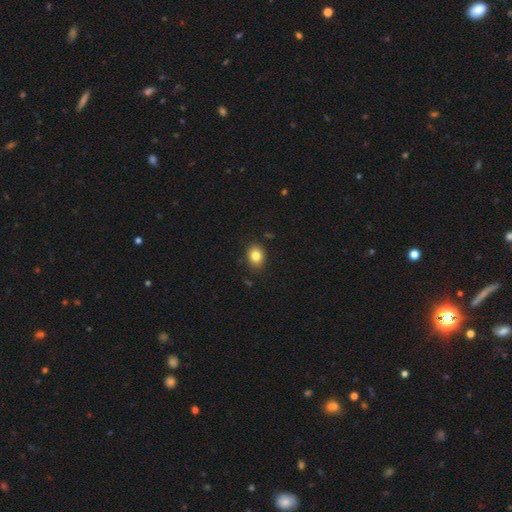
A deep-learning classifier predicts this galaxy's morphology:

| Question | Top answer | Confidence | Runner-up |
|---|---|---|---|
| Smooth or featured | smooth | 83% | star or artifact (10%) |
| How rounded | in between | 50% | tied: round (50%) |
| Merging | none | 87% | minor disturbance (9%) |